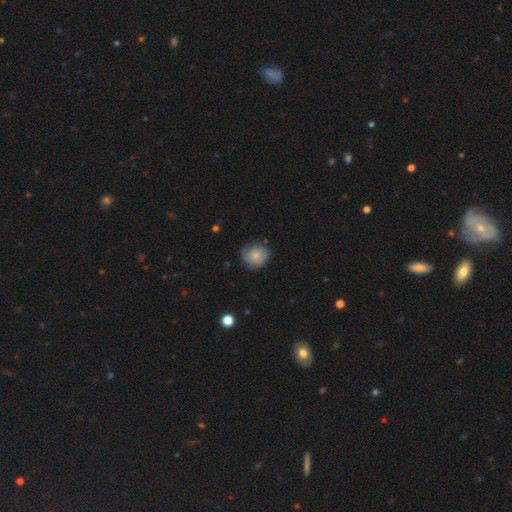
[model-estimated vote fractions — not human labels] smooth 78%, featured or disk 14%, star or artifact 7%. Down the decision tree: how rounded — round (84%); merging — none (74%).